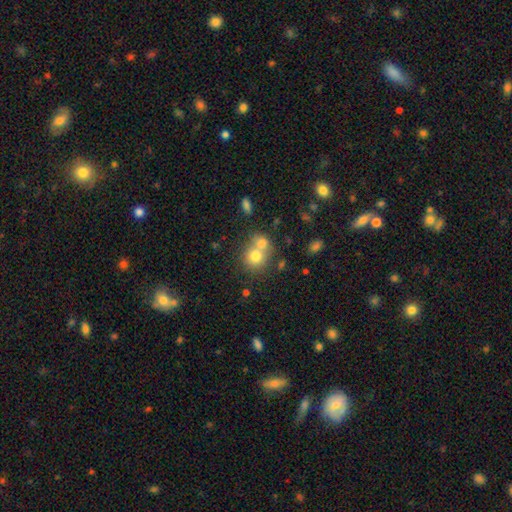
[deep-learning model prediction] smooth-or-featured: smooth: 74% | featured or disk: 15% | star or artifact: 11%
  how-rounded: round: 79% | in between: 20% | cigar-shaped: 1%
  merging: merger: 54% | none: 36% | minor disturbance: 7% | major disturbance: 3%